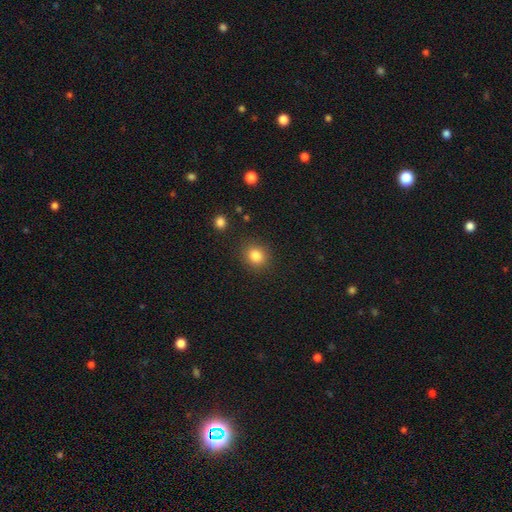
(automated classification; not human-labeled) The model was most divided on "how rounded": round: 74%, in between: 26%, cigar-shaped: 1%. More confident: merging — none (87%); smooth or featured — smooth (83%).